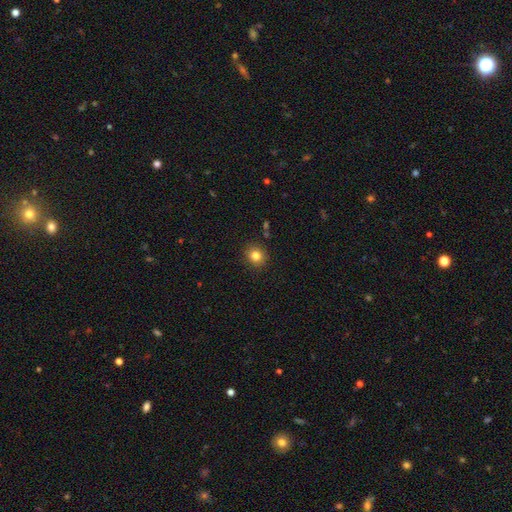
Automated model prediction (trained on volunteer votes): Smooth or featured? smooth (82%)
How rounded? round (85%)
Merging? none (89%)